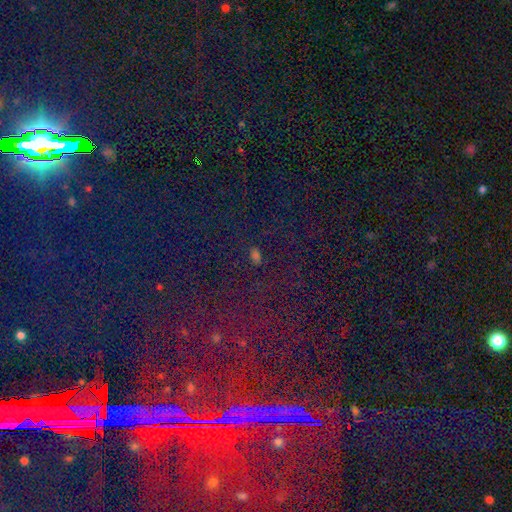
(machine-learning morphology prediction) This appears to be a star or artifact, not a galaxy (47%).